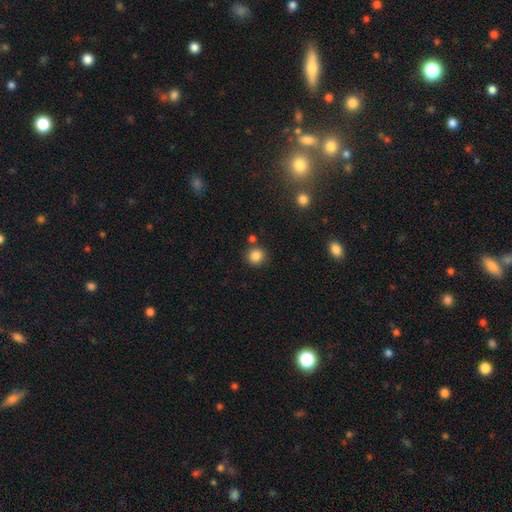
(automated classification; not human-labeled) Q: Smooth or featured?
A: smooth (85%); runner-up: star or artifact (11%)
Q: How rounded?
A: round (90%); runner-up: in between (9%)
Q: Merging?
A: none (81%); runner-up: minor disturbance (8%)